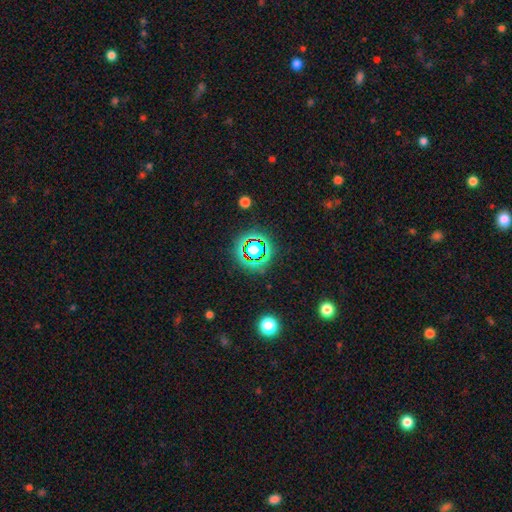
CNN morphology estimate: Overall: star or artifact (77%).